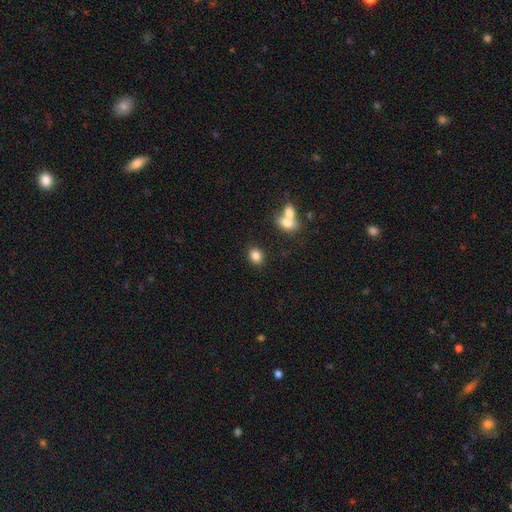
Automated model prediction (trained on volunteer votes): Smooth or featured? smooth (84%)
How rounded? round (55%)
Merging? none (81%)